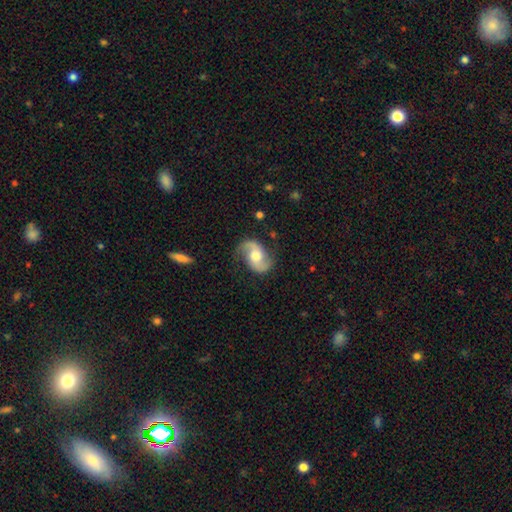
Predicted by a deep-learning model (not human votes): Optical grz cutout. It shows a featured or disk galaxy (86%) with no bar (53%), 2 (93%) loose (45%, tied with medium) spiral arms (97%) and a moderate central bulge (61%). Merging: none (78%).